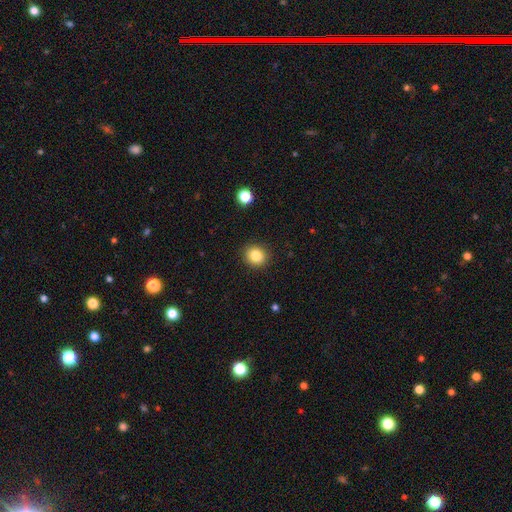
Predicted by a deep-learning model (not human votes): Smooth or featured: smooth — 84% (star or artifact — 10%)
How rounded: round — 85% (in between — 14%)
Merging: none — 91% (minor disturbance — 6%)